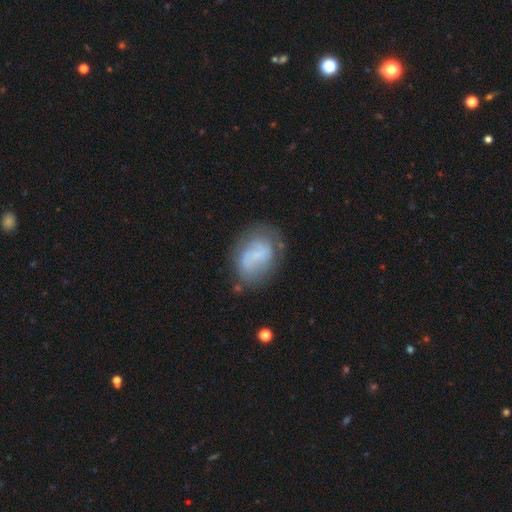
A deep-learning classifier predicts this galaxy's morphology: A smooth galaxy with no disk features (47%). Merging: none (57%).